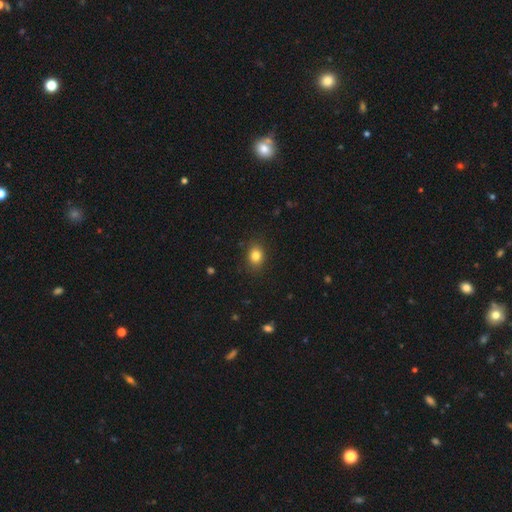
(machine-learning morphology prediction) A smooth galaxy with no disk features (83%) that is in between round and cigar-shaped (54%). Merging: none (86%).